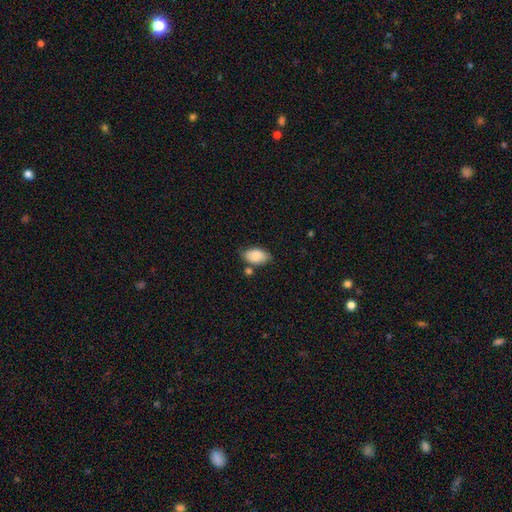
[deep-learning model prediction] A smooth galaxy with no disk features (84%) that is in between round and cigar-shaped (93%).

Vote fractions:
- Smooth or featured? smooth: 84% / featured or disk: 9% / star or artifact: 7%
- How rounded? in between: 93% / round: 5% / cigar-shaped: 2%
- Merging? none: 63% / minor disturbance: 22% / merger: 9% / major disturbance: 5%